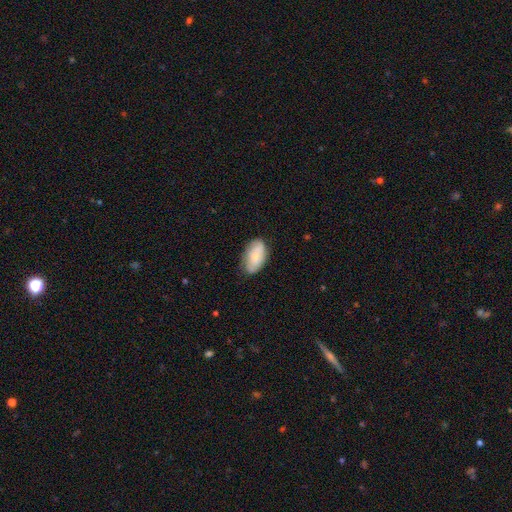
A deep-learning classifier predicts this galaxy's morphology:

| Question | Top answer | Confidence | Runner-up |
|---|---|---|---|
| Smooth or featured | smooth | 69% | featured or disk (25%) |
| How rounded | in between | 94% | round (4%) |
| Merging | none | 72% | minor disturbance (22%) |